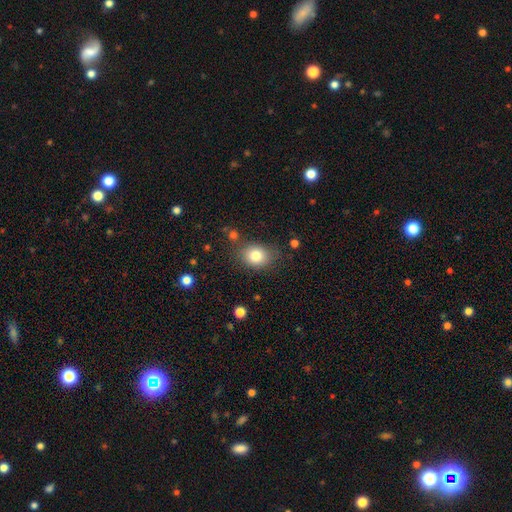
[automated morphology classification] smooth 81%, star or artifact 10%, featured or disk 9%. Down the decision tree: how rounded — in between (50%); merging — none (77%).